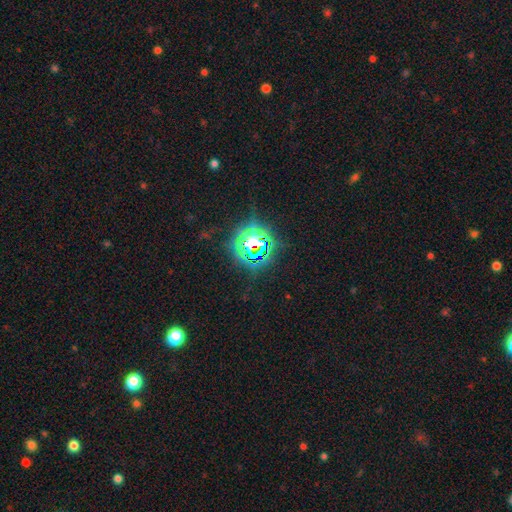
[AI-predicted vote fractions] Smooth or featured? star or artifact (81%)